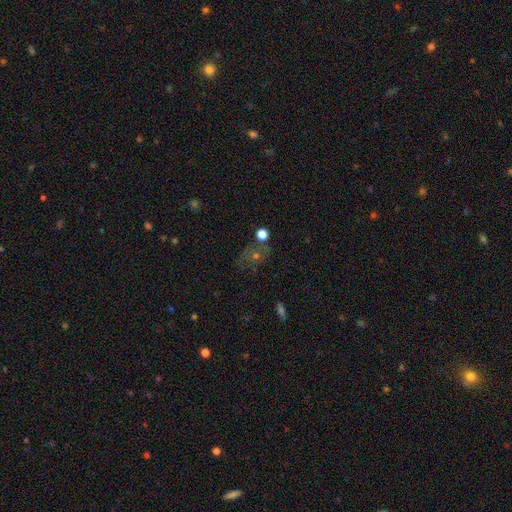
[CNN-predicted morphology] Smooth or featured? star or artifact (37%)